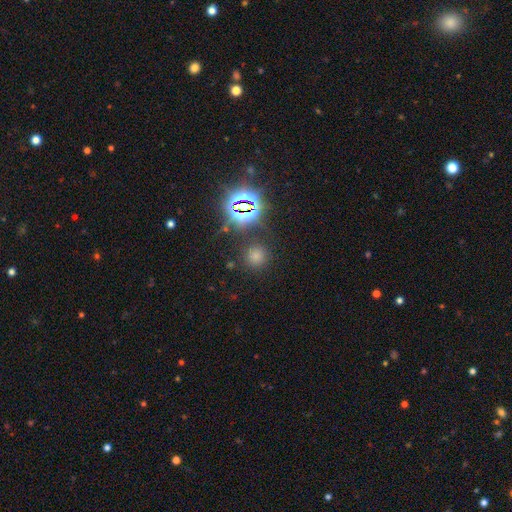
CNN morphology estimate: The model was most divided on "smooth or featured": smooth: 64%, star or artifact: 30%, featured or disk: 7%. More confident: how rounded — round (92%); merging — none (84%).